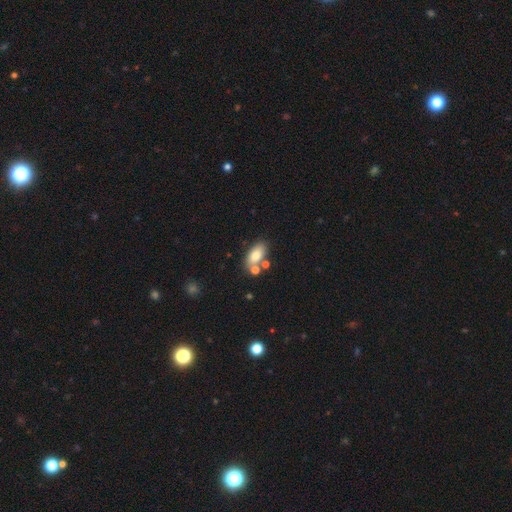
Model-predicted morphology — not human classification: A smooth galaxy with no disk features (77%) that is in between round and cigar-shaped (90%).

Vote fractions:
- Smooth or featured? smooth: 77% / featured or disk: 14% / star or artifact: 8%
- How rounded? in between: 90% / round: 5% / cigar-shaped: 4%
- Merging? none: 61% / merger: 21% / minor disturbance: 13% / major disturbance: 4%